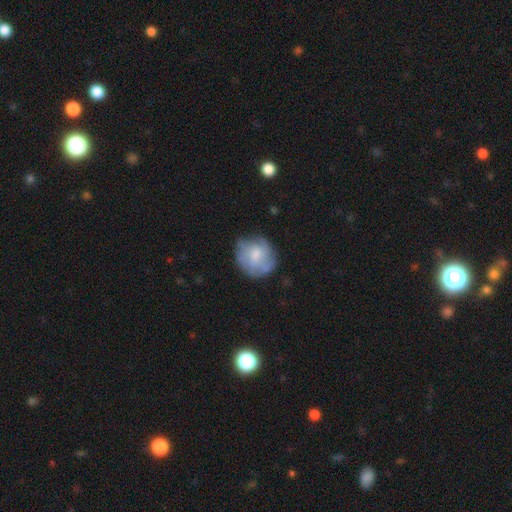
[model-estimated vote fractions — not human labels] Smooth or featured? Predicted: smooth (p=0.54). How rounded? Predicted: round (p=0.81). Merging? Predicted: none (p=0.63).